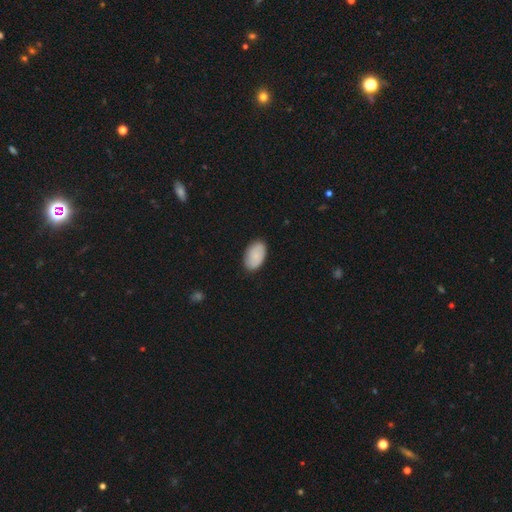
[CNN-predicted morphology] A smooth galaxy with no disk features (85%) that is in between round and cigar-shaped (94%). Merging: none (86%).